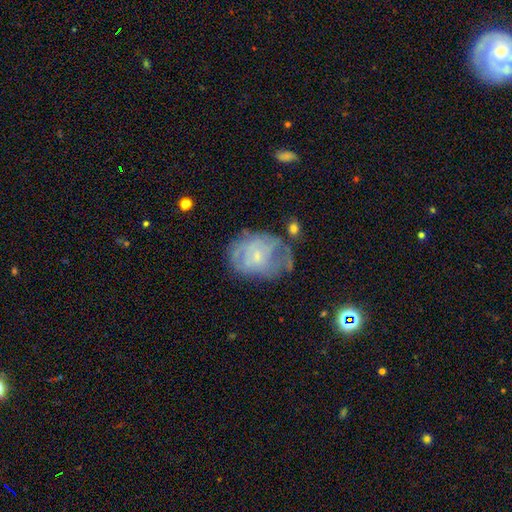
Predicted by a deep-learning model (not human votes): Smooth or featured: featured or disk — 62% (smooth — 29%)
Edge-on disk: no — 97% (yes — 3%)
Bar: no — 66% (weak — 30%)
Spiral arms: yes — 66% (no — 34%)
Bulge size: small — 67% (moderate — 20%)
Merging: none — 42% (minor disturbance — 29%)